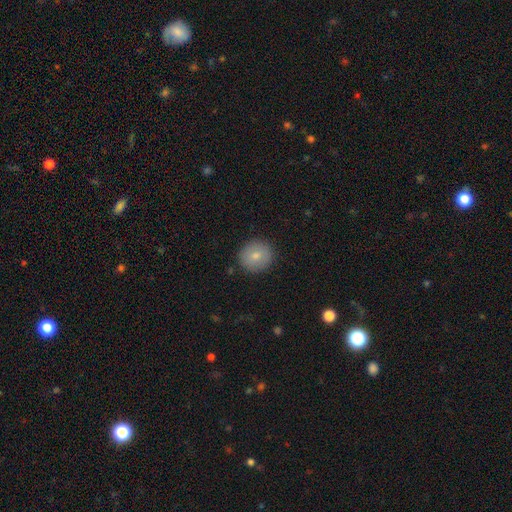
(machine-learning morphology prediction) Smooth or featured? Predicted: smooth (p=0.78). How rounded? Predicted: round (p=0.91). Merging? Predicted: none (p=0.90).